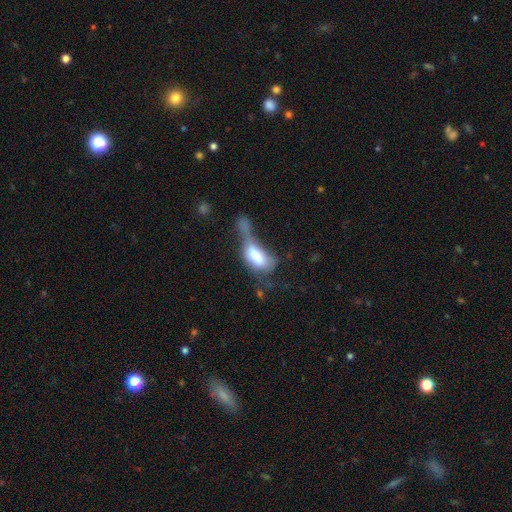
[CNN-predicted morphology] This appears to be a smooth galaxy with no disk features (64%) that is in between round and cigar-shaped (81%). Merging: major disturbance (42%).